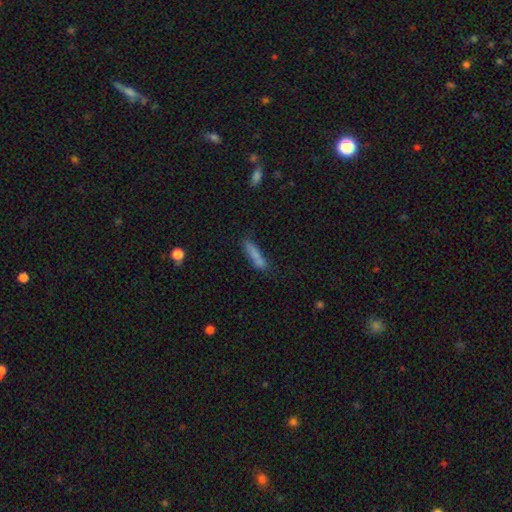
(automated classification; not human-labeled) Overall: smooth (77%). How rounded: cigar-shaped (82%). Merging: none (64%).